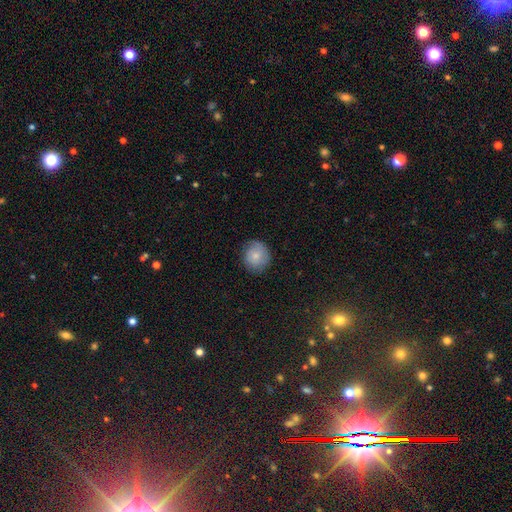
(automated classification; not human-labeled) Smooth or featured? smooth (76%)
How rounded? round (87%)
Merging? none (77%)